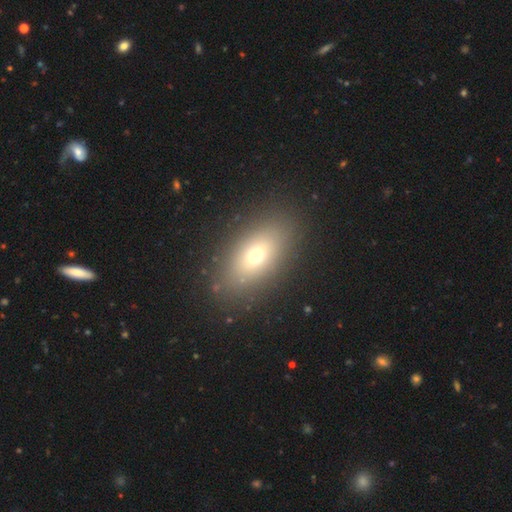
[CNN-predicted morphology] smooth-or-featured: smooth: 67% | featured or disk: 20% | star or artifact: 14%
  how-rounded: in between: 81% | round: 13% | cigar-shaped: 6%
  merging: none: 86% | minor disturbance: 9% | major disturbance: 4% | merger: 1%